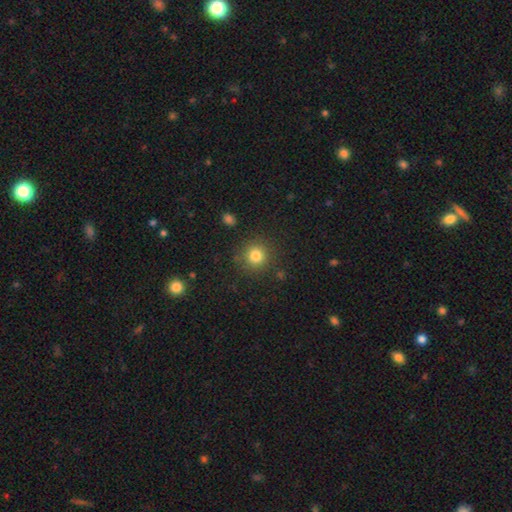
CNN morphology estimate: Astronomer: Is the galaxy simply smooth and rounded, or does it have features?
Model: smooth — 81%.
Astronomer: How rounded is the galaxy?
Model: round — 93%.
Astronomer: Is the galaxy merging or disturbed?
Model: none — 87%.